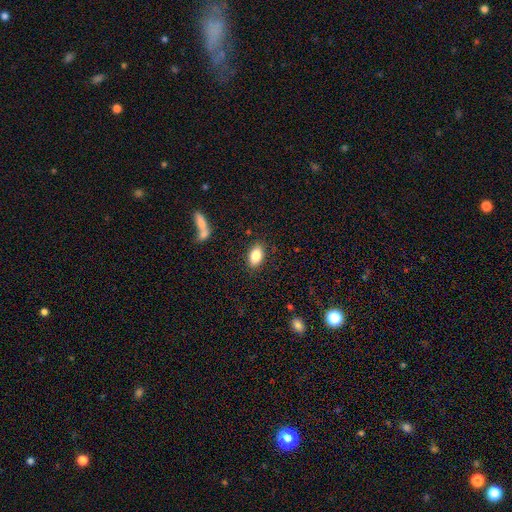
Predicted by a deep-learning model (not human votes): Smooth or featured? smooth (85%)
How rounded? in between (90%)
Merging? none (86%)